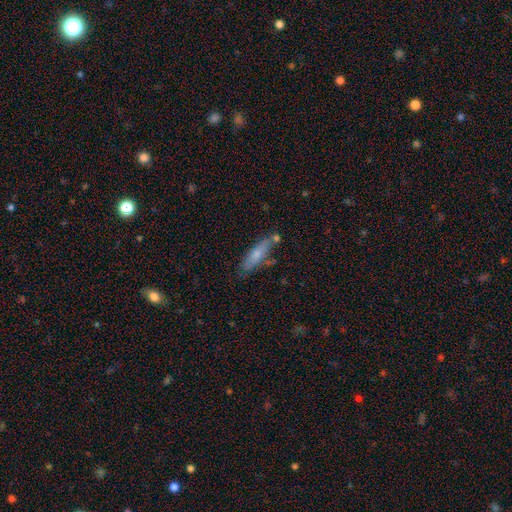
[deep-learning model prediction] Smooth or featured? Predicted: smooth (p=0.58). How rounded? Predicted: cigar-shaped (p=0.69). Merging? Predicted: none (p=0.69).